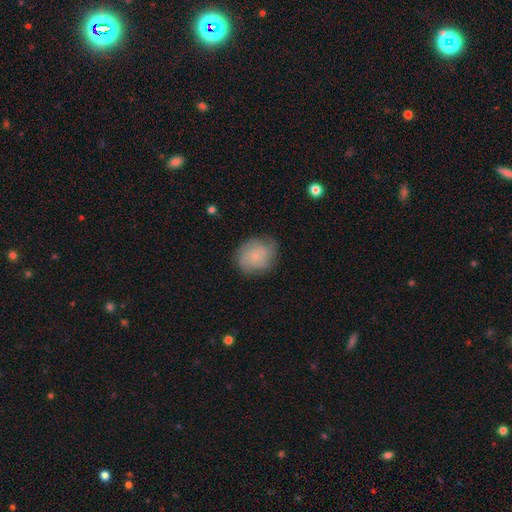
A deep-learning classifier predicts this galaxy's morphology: Overall: smooth (54%; featured or disk 37%). How rounded: round (69%; in between 30%). Merging: none (72%).